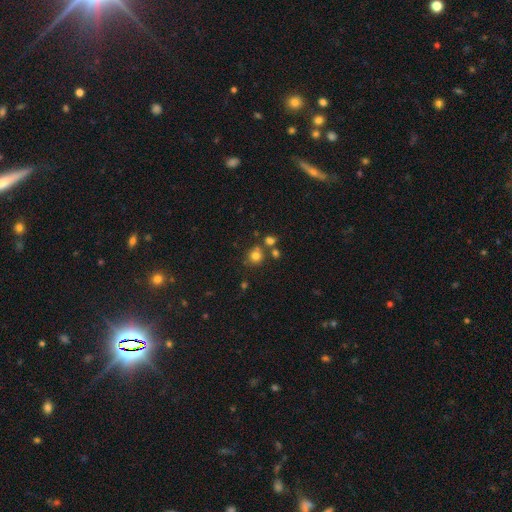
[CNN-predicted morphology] Smooth or featured: smooth — 77% (star or artifact — 15%)
How rounded: round — 85% (in between — 14%)
Merging: none — 69% (merger — 16%)